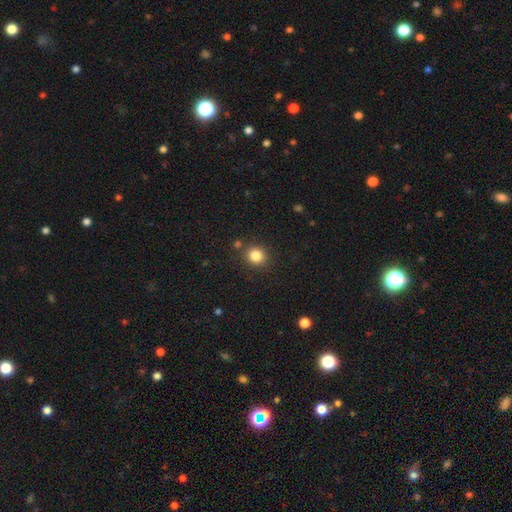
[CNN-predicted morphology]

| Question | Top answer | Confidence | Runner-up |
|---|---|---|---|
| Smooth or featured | smooth | 83% | star or artifact (12%) |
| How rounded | round | 84% | in between (15%) |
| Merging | none | 85% | minor disturbance (8%) |